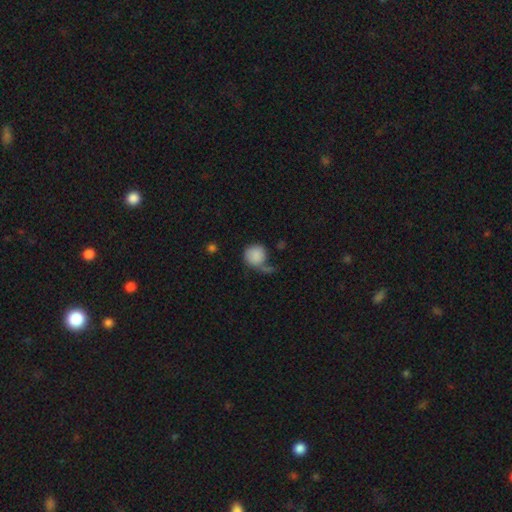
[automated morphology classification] smooth-or-featured: smooth: 84% | featured or disk: 9% | star or artifact: 7%
  how-rounded: round: 85% | in between: 13% | cigar-shaped: 1%
  merging: none: 41% | minor disturbance: 23% | major disturbance: 22% | merger: 15%